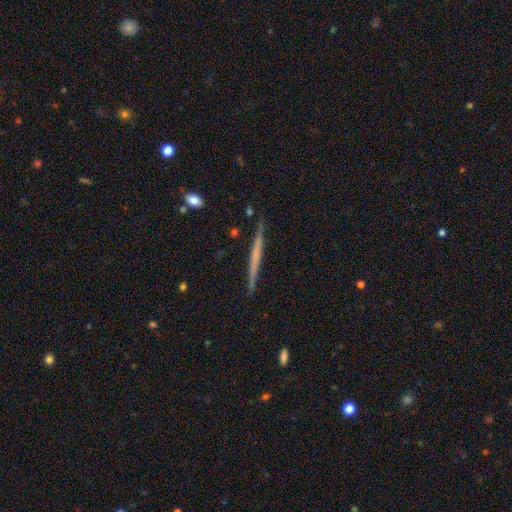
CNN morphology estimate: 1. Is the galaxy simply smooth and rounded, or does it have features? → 55% featured or disk, 40% smooth, 6% star or artifact.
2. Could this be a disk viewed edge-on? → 98% yes, 2% no.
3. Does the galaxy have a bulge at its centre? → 88% none, 8% rounded, 5% boxy.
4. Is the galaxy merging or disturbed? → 90% none, 7% minor disturbance, 1% major disturbance, 1% merger.